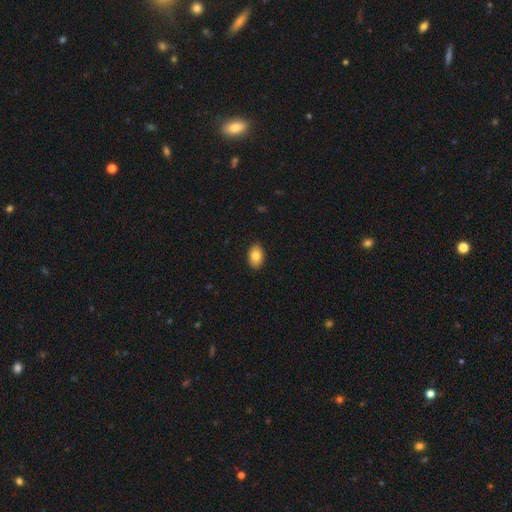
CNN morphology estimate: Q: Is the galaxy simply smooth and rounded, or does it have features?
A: smooth — 83%.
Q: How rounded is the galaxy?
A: in between — 88%.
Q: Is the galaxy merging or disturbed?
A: none — 90%.